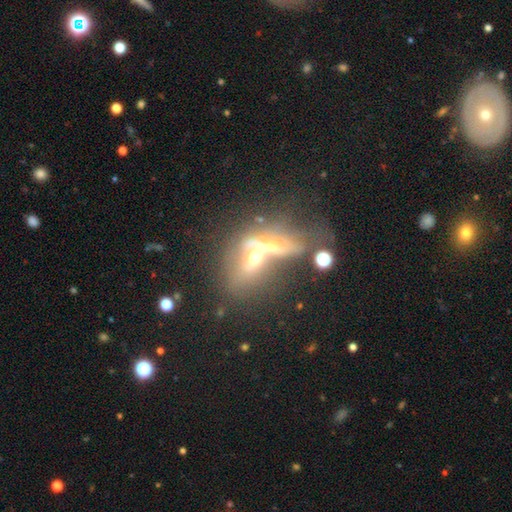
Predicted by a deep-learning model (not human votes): smooth_or_featured: featured or disk (p=0.53) [alt: smooth p=0.31]
disk_edge_on: no (p=0.58) [alt: yes p=0.42]
merging: merger (p=0.59) [alt: none p=0.17]